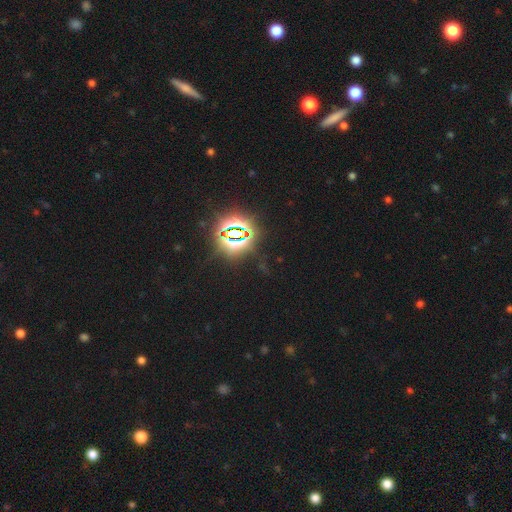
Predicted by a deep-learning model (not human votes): smooth-or-featured: star or artifact: 83% | smooth: 11% | featured or disk: 6%